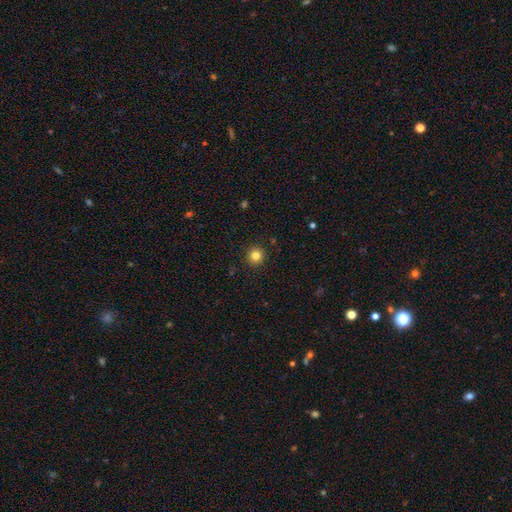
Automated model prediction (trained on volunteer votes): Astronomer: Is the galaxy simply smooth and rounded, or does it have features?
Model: smooth — 83%.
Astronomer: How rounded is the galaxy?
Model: round — 95%.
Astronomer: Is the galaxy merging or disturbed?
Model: none — 93%.